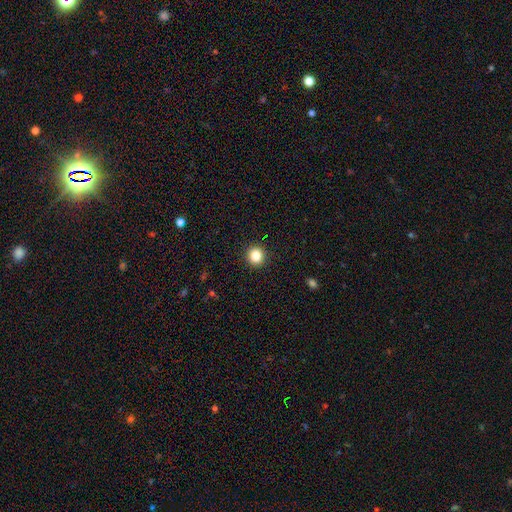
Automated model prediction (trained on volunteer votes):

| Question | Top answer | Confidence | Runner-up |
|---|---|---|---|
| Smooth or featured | smooth | 85% | star or artifact (11%) |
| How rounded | round | 91% | in between (8%) |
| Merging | none | 93% | minor disturbance (5%) |